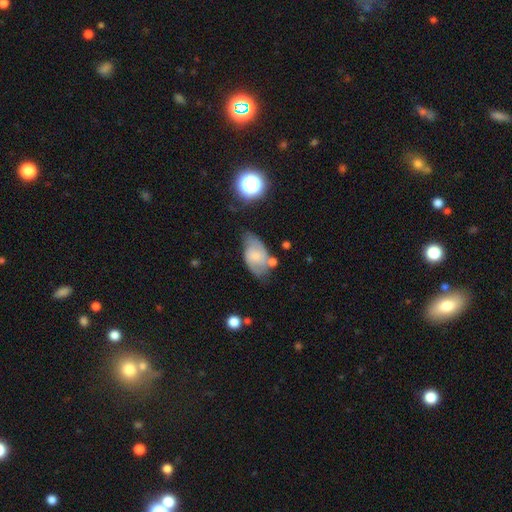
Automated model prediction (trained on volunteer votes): This appears to be a featured or disk galaxy (53%). Merging: none (50%).